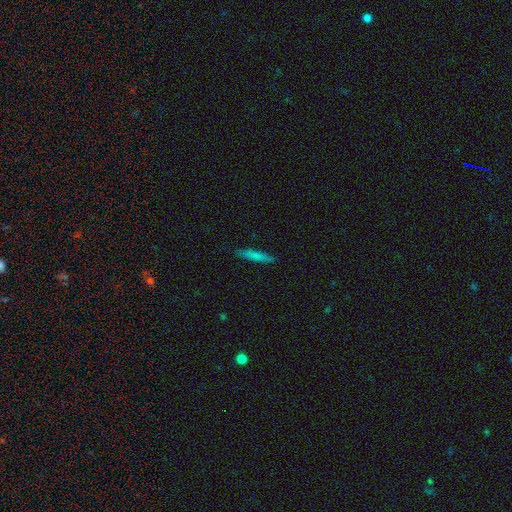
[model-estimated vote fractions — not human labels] Smooth or featured: smooth — 72% (featured or disk — 21%)
How rounded: cigar-shaped — 93% (in between — 6%)
Merging: none — 89% (minor disturbance — 8%)